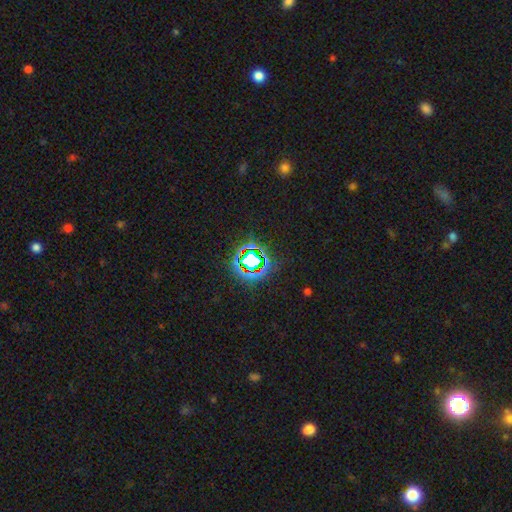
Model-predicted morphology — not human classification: Q: Smooth or featured?
A: star or artifact (75%); runner-up: smooth (16%)